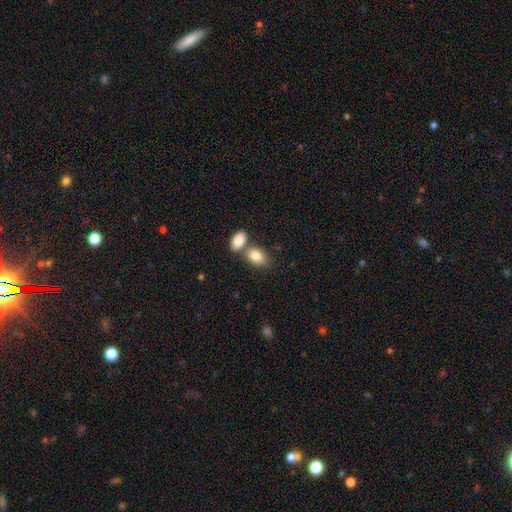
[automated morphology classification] Smooth or featured? Predicted: smooth (p=0.85). How rounded? Predicted: in between (p=0.83). Merging? Predicted: none (p=0.43).